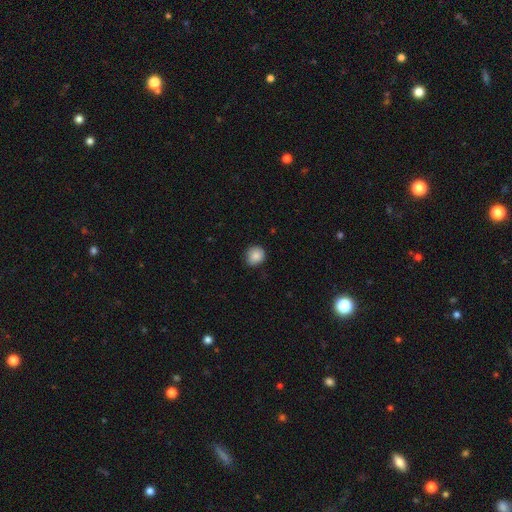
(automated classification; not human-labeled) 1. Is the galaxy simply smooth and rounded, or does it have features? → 87% smooth, 8% star or artifact, 5% featured or disk.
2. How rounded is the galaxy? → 85% round, 14% in between, 1% cigar-shaped.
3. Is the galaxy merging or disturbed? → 79% none, 17% minor disturbance, 3% major disturbance, 1% merger.